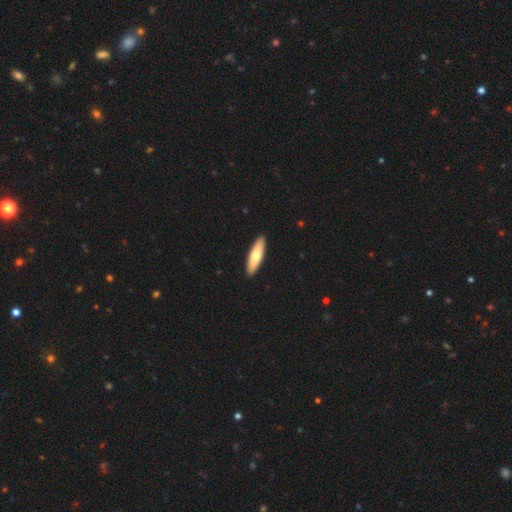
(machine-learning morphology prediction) Smooth or featured: smooth — 67% (featured or disk — 28%)
How rounded: cigar-shaped — 59% (in between — 39%)
Merging: none — 92% (minor disturbance — 6%)